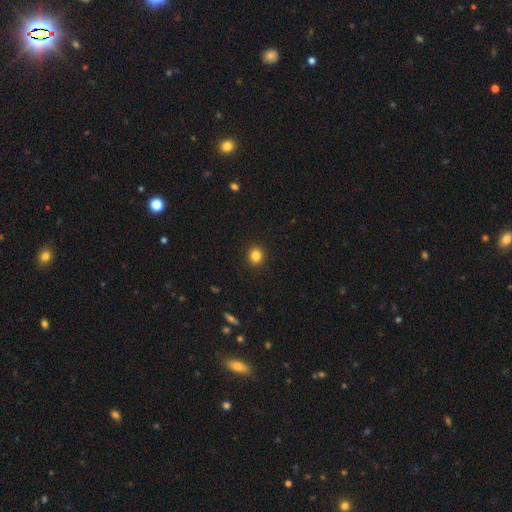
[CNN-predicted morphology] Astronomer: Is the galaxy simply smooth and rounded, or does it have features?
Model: smooth — 84%.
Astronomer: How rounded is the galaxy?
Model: round — 89%.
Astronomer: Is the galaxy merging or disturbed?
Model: none — 92%.